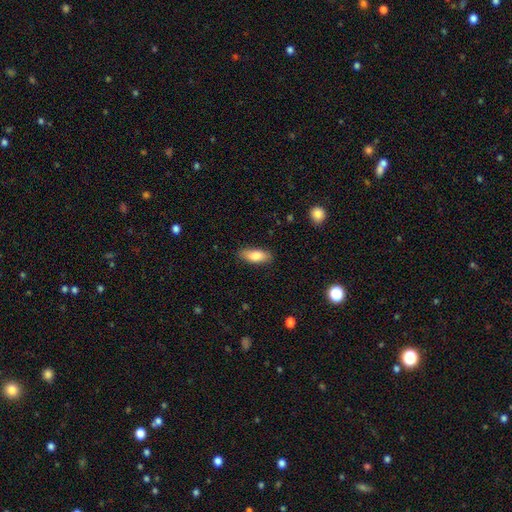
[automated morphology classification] This is clearly a smooth galaxy (82%). How rounded: likely in between (76%). Merging: clearly none (85%).